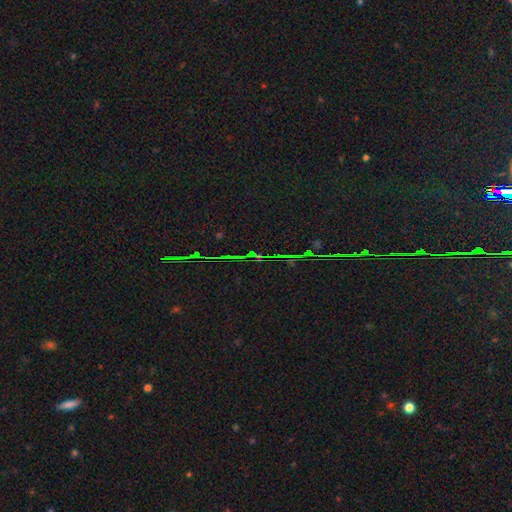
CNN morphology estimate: This appears to be a star or artifact, not a galaxy (78%).